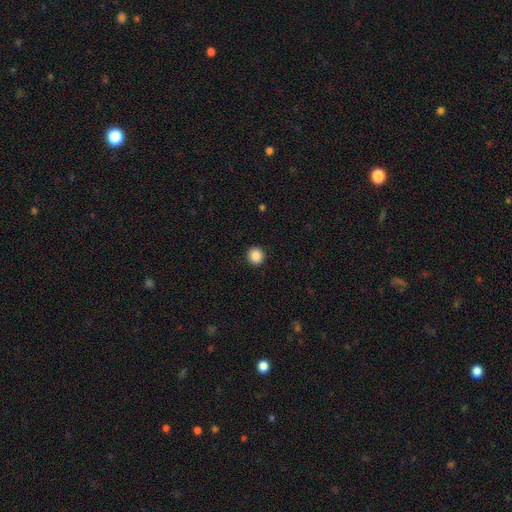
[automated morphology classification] A smooth galaxy with no disk features (87%) that is round (92%). Merging: none (93%).